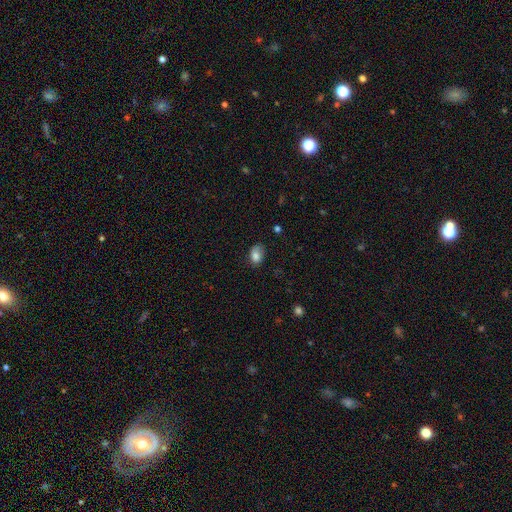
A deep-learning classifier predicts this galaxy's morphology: Smooth or featured: smooth — 82% (star or artifact — 9%)
How rounded: in between — 79% (round — 20%)
Merging: none — 66% (minor disturbance — 27%)